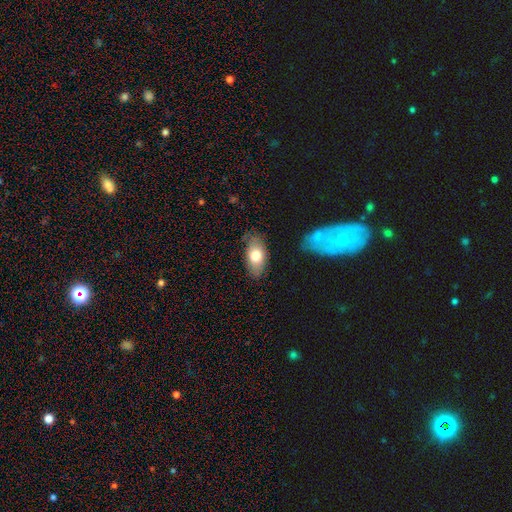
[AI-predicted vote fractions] Smooth or featured: smooth — 74% (featured or disk — 19%)
How rounded: in between — 91% (round — 5%)
Merging: none — 75% (minor disturbance — 18%)